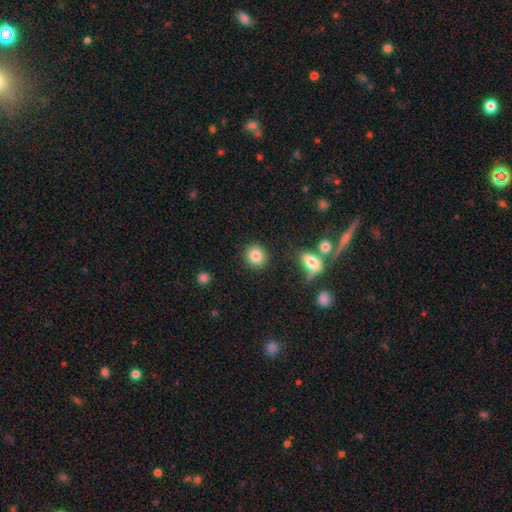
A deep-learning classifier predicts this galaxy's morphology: A smooth galaxy with no disk features (85%) that is round (87%).

Vote fractions:
- Smooth or featured? smooth: 85% / star or artifact: 9% / featured or disk: 6%
- How rounded? round: 87% / in between: 12% / cigar-shaped: 1%
- Merging? none: 86% / minor disturbance: 7% / merger: 4% / major disturbance: 3%